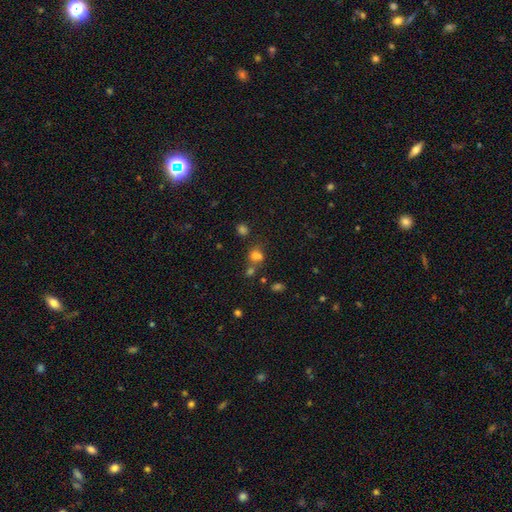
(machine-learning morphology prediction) smooth-or-featured: smooth: 66% | star or artifact: 23% | featured or disk: 11%
  how-rounded: round: 66% | in between: 32% | cigar-shaped: 1%
  merging: none: 44% | merger: 39% | minor disturbance: 11% | major disturbance: 6%